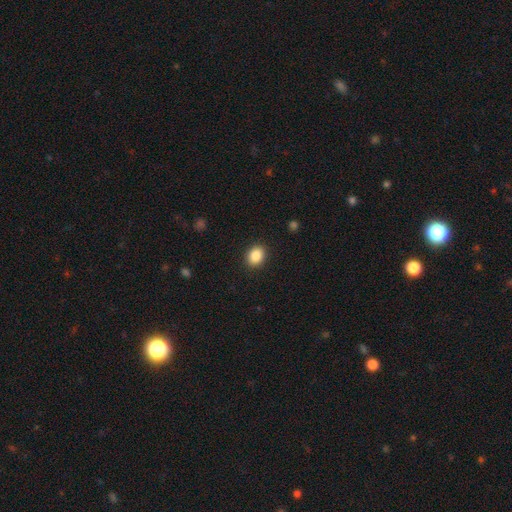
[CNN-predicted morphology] Smooth or featured: smooth — 87% (star or artifact — 9%)
How rounded: in between — 52% (round — 47%)
Merging: none — 90% (minor disturbance — 7%)